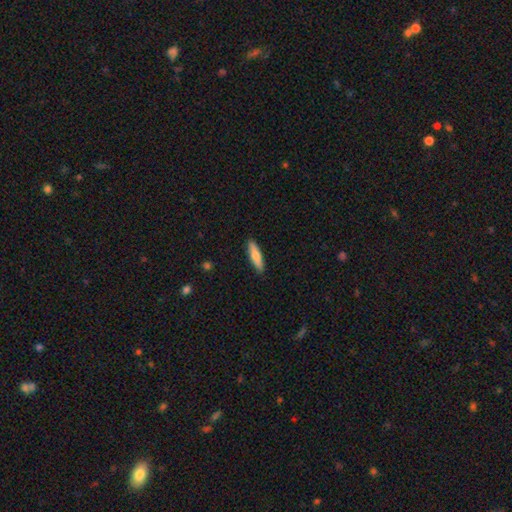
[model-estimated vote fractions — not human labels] smooth_or_featured: smooth (p=0.74) [alt: featured or disk p=0.21]
how_rounded: cigar-shaped (p=0.75) [alt: in between p=0.23]
merging: none (p=0.91) [alt: minor disturbance p=0.07]